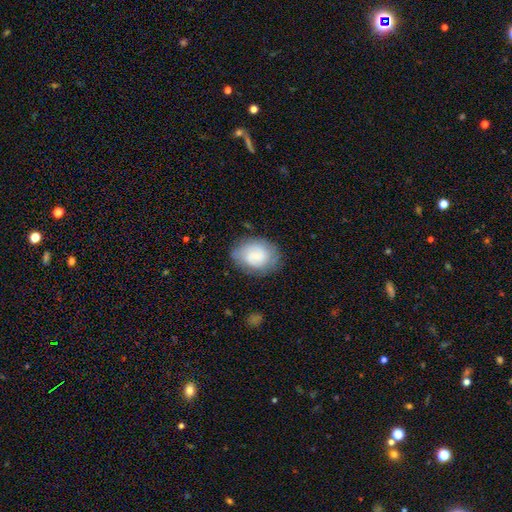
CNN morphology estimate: Smooth or featured?
  - smooth: 60% *
  - featured or disk: 32%
  - star or artifact: 8%
How rounded?
  - in between: 66% *
  - round: 33%
  - cigar-shaped: 1%
Merging?
  - none: 72% *
  - minor disturbance: 19%
  - major disturbance: 7%
  - merger: 2%